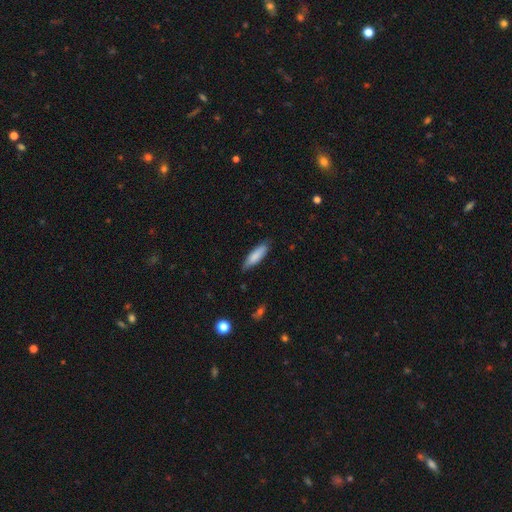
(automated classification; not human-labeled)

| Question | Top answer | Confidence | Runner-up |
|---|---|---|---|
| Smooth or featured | smooth | 84% | featured or disk (10%) |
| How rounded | cigar-shaped | 57% | in between (42%) |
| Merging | none | 80% | minor disturbance (16%) |